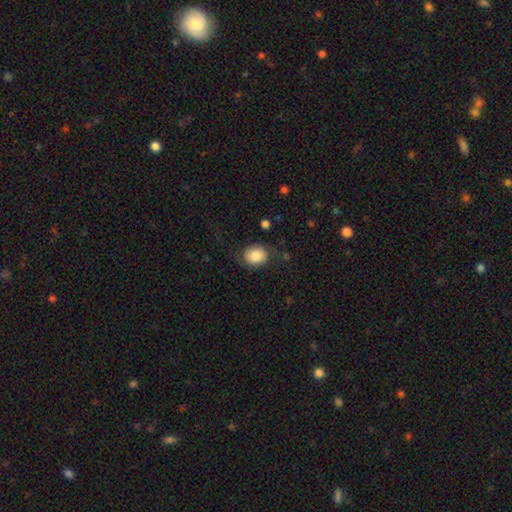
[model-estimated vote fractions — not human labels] Smooth or featured: smooth — 82% (featured or disk — 10%)
How rounded: round — 57% (in between — 42%)
Merging: none — 76% (minor disturbance — 17%)